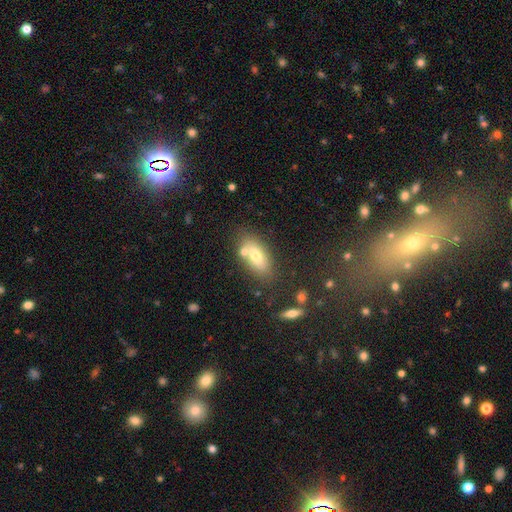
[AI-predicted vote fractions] This appears to be a smooth galaxy with no disk features (67%) that is in between round and cigar-shaped (84%). Merging: none (62%).